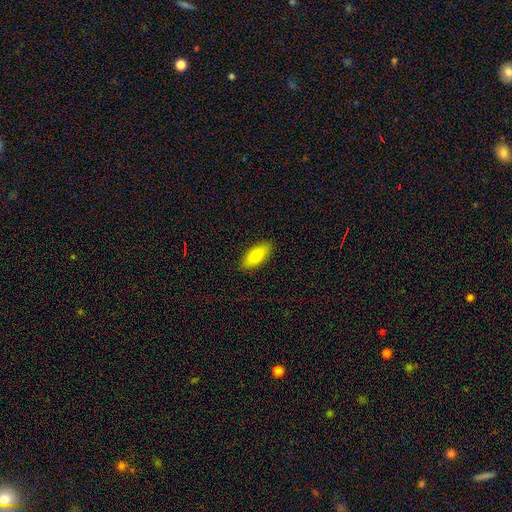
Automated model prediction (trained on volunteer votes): Smooth or featured? Predicted: smooth (p=0.82). How rounded? Predicted: in between (p=0.84). Merging? Predicted: none (p=0.89).